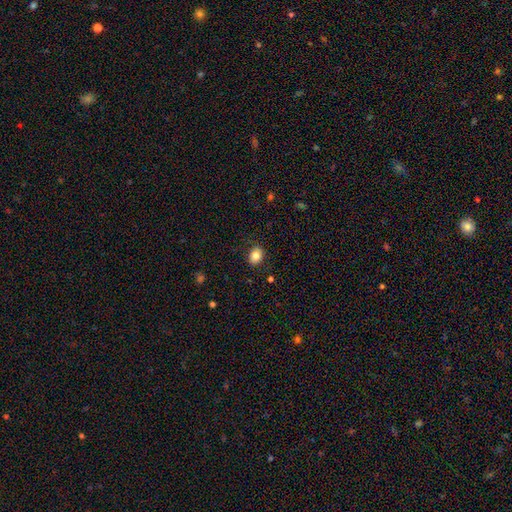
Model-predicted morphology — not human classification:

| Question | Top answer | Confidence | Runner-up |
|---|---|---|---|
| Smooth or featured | smooth | 83% | star or artifact (9%) |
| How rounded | in between | 63% | round (36%) |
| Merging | none | 86% | minor disturbance (10%) |